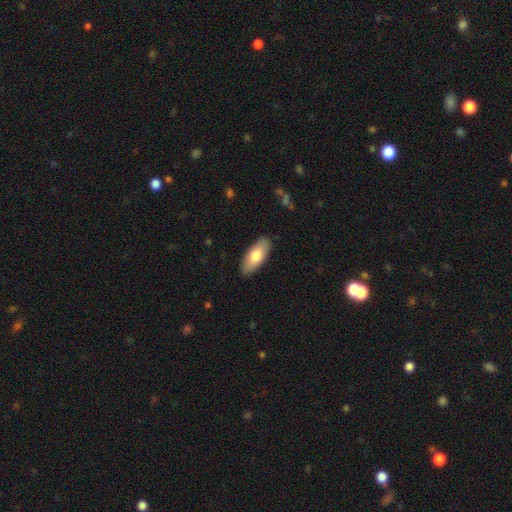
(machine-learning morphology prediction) smooth-or-featured: smooth: 75% | featured or disk: 20% | star or artifact: 6%
  how-rounded: in between: 83% | cigar-shaped: 15% | round: 2%
  merging: none: 88% | minor disturbance: 9% | major disturbance: 2% | merger: 1%